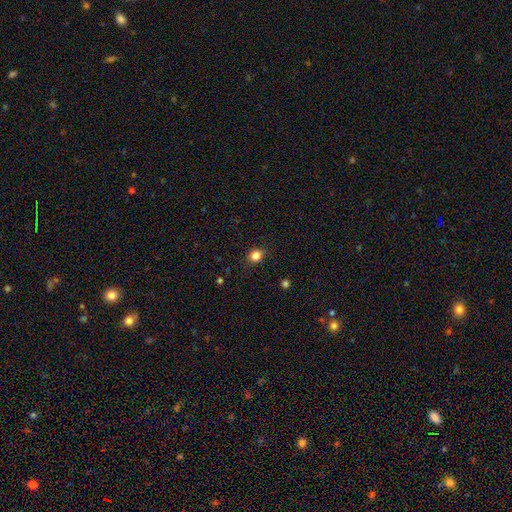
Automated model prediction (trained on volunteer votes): smooth-or-featured: smooth: 83% | star or artifact: 12% | featured or disk: 5%
  how-rounded: round: 71% | in between: 28% | cigar-shaped: 1%
  merging: none: 88% | minor disturbance: 9% | major disturbance: 2% | merger: 1%